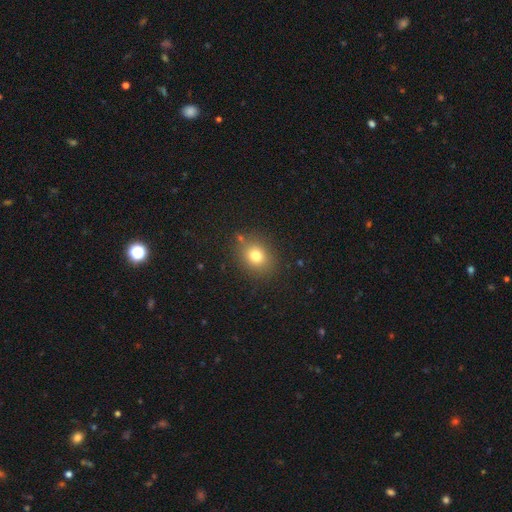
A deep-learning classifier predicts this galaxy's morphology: Smooth or featured: smooth — 77% (star or artifact — 14%)
How rounded: round — 60% (in between — 39%)
Merging: none — 82% (minor disturbance — 11%)